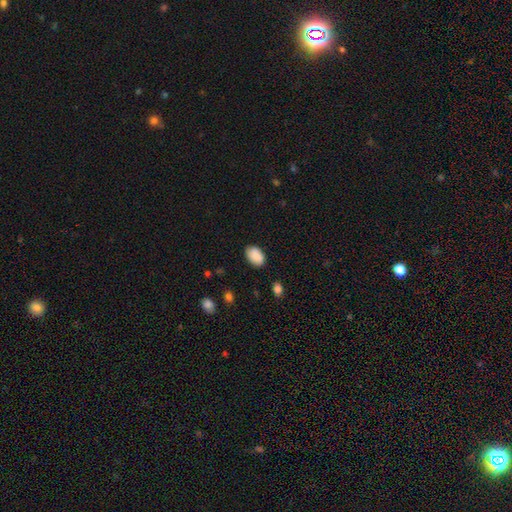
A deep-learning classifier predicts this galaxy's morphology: Overall: smooth (89%). How rounded: in between (88%). Merging: none (83%).